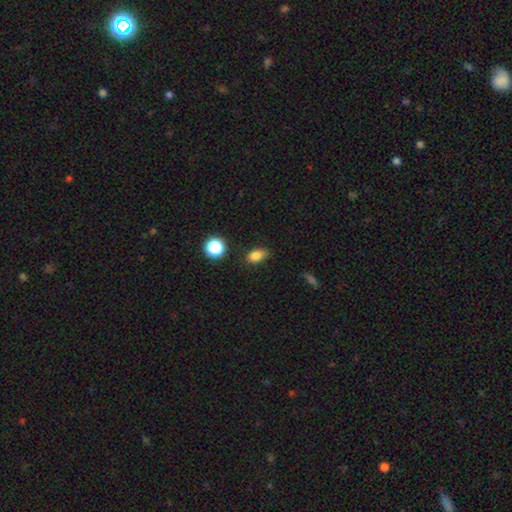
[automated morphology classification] Smooth or featured? smooth (82%)
How rounded? in between (83%)
Merging? none (76%)